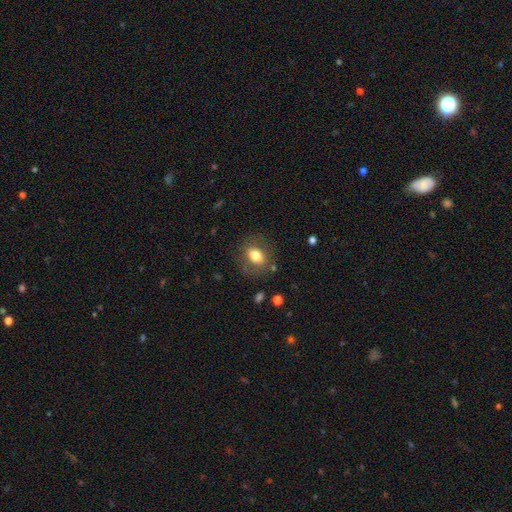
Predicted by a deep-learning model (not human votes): Q: Smooth or featured?
A: smooth (75%); runner-up: featured or disk (17%)
Q: How rounded?
A: in between (62%); runner-up: round (36%)
Q: Merging?
A: none (78%); runner-up: minor disturbance (13%)